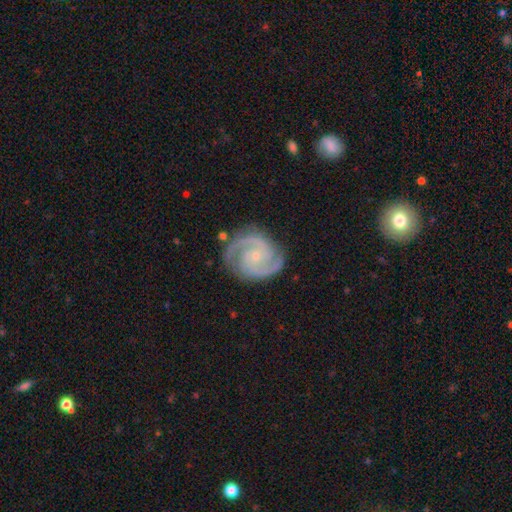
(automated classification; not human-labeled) Smooth or featured? featured or disk (93%)
Edge-on disk? no (98%)
Bar? no (66%)
Spiral arms? yes (99%)
Spiral winding? tight (53%)
Spiral arm count? 2 (90%)
Bulge size? small (76%)
Merging? none (84%)